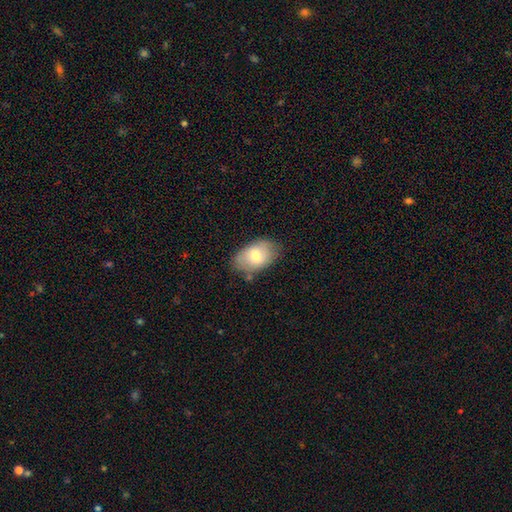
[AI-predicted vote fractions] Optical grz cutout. It shows a smooth galaxy with no disk features (73%) that is in between round and cigar-shaped (90%). Merging: none (73%).